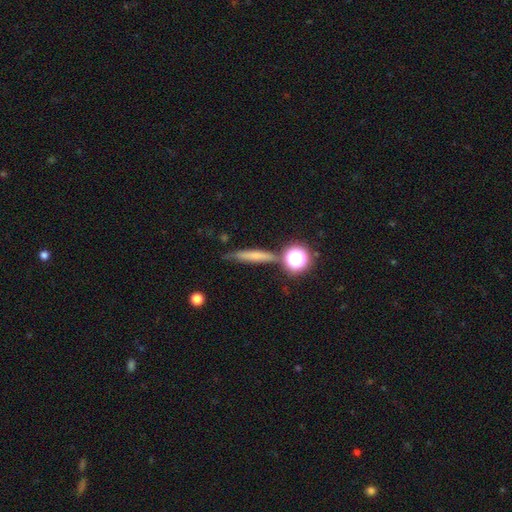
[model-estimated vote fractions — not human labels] Smooth or featured?
  - smooth: 61% *
  - featured or disk: 25%
  - star or artifact: 14%
How rounded?
  - cigar-shaped: 79% *
  - round: 11%
  - in between: 11%
Merging?
  - none: 72% *
  - minor disturbance: 15%
  - merger: 8%
  - major disturbance: 5%